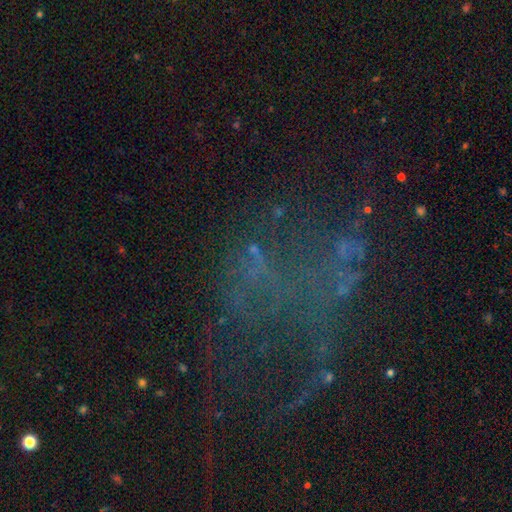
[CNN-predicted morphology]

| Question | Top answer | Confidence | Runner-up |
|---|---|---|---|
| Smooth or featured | star or artifact | 44% | featured or disk (39%) |